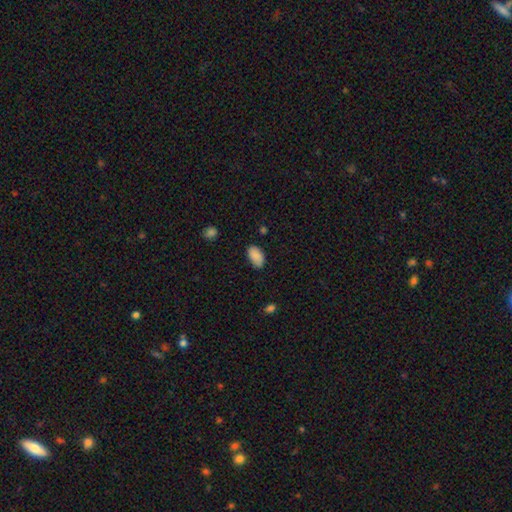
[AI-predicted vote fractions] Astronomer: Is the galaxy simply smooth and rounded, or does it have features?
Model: smooth — 88%.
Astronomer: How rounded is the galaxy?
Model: in between — 95%.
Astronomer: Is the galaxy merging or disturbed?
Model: none — 78%.